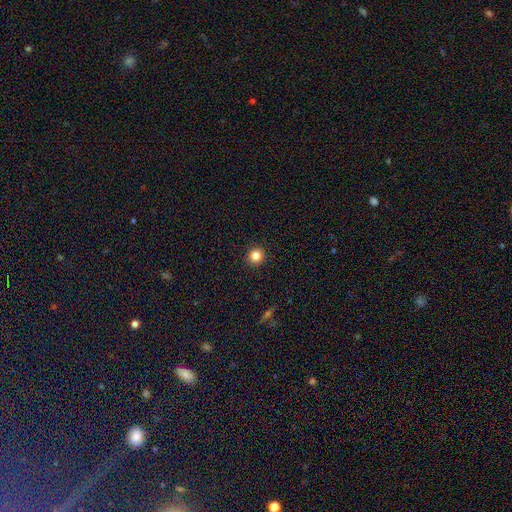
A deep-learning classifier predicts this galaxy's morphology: smooth 83%, star or artifact 12%, featured or disk 5%. Down the decision tree: how rounded — round (93%); merging — none (93%).